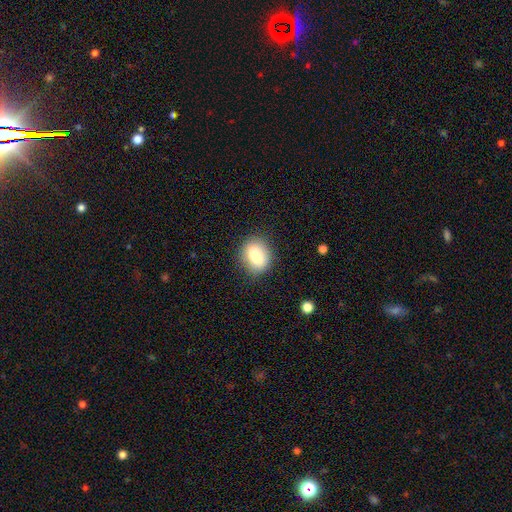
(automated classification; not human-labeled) This appears to be a smooth galaxy with no disk features (79%) that is in between round and cigar-shaped (61%). Merging: none (81%).